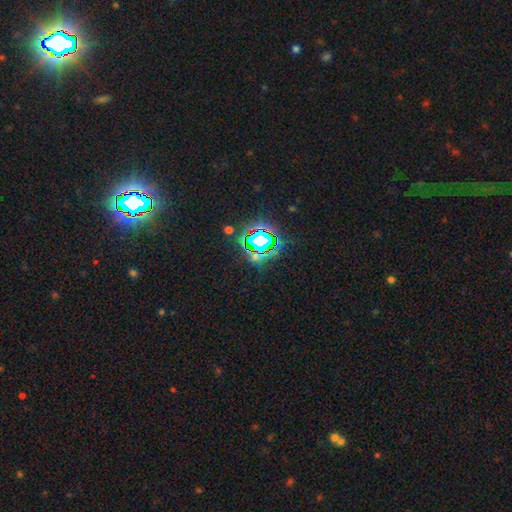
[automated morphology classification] Smooth or featured?
  - star or artifact: 73% *
  - smooth: 17%
  - featured or disk: 10%